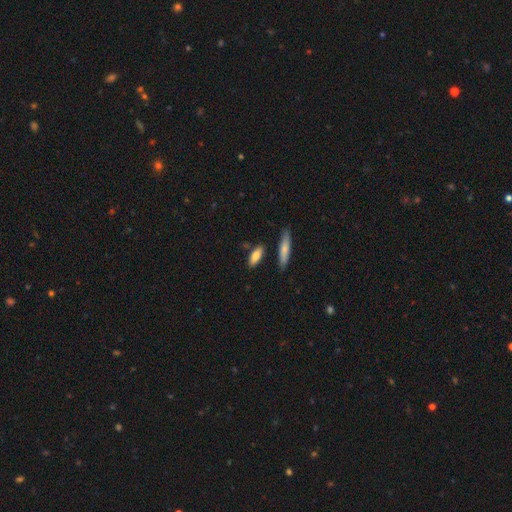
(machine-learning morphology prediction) Overall: smooth (79%). How rounded: in between (62%; cigar-shaped 35%). Merging: none (80%).